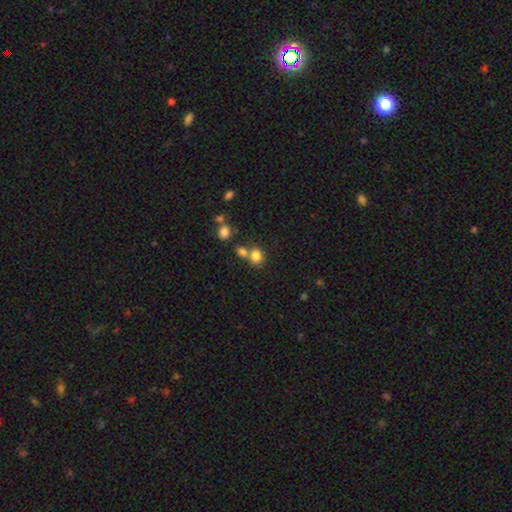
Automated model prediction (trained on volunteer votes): Smooth or featured?
  - smooth: 80% *
  - star or artifact: 12%
  - featured or disk: 8%
How rounded?
  - round: 68% *
  - in between: 31%
  - cigar-shaped: 1%
Merging?
  - none: 48% *
  - merger: 38%
  - minor disturbance: 9%
  - major disturbance: 4%